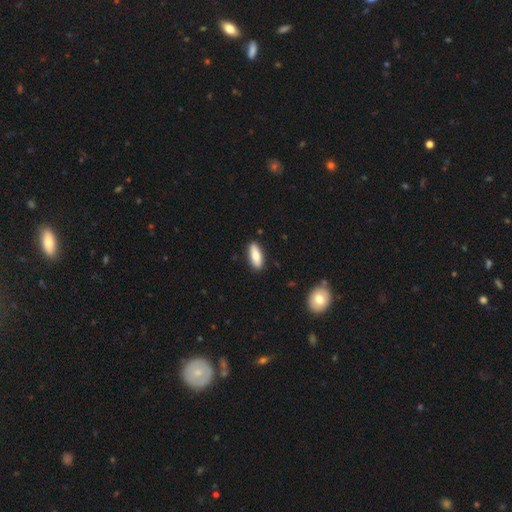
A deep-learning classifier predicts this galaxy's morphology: smooth_or_featured: smooth (p=0.78) [alt: featured or disk p=0.16]
how_rounded: in between (p=0.72) [alt: cigar-shaped p=0.26]
merging: none (p=0.88) [alt: minor disturbance p=0.09]